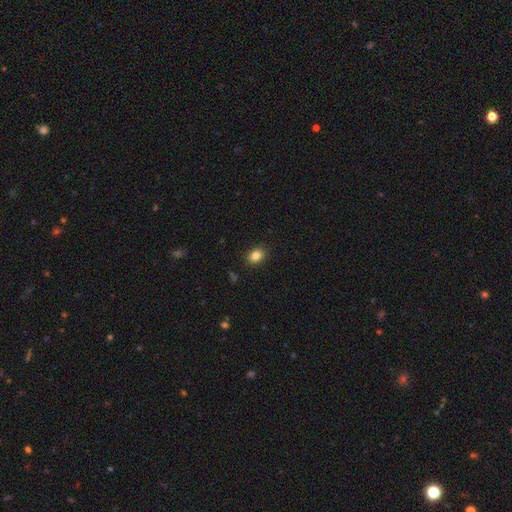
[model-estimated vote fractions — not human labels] smooth_or_featured: smooth (p=0.84) [alt: star or artifact p=0.10]
how_rounded: in between (p=0.64) [alt: round p=0.35]
merging: none (p=0.89) [alt: minor disturbance p=0.08]